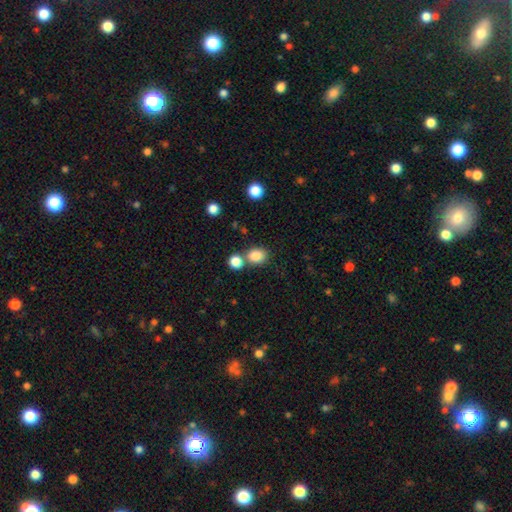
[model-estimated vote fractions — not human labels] The model was most divided on "how rounded": round: 62%, in between: 37%, cigar-shaped: 1%. More confident: smooth or featured — smooth (84%); merging — none (61%).